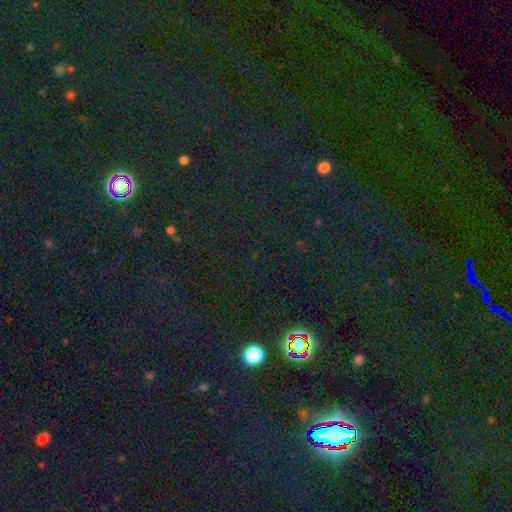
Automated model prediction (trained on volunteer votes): star or artifact 77%, smooth 15%, featured or disk 8%.